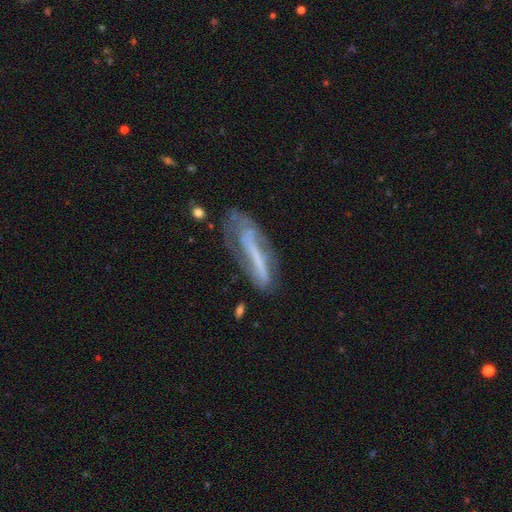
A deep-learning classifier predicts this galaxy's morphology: type=featured or disk (59%); edge-on=no (63%); merging=none (44%).